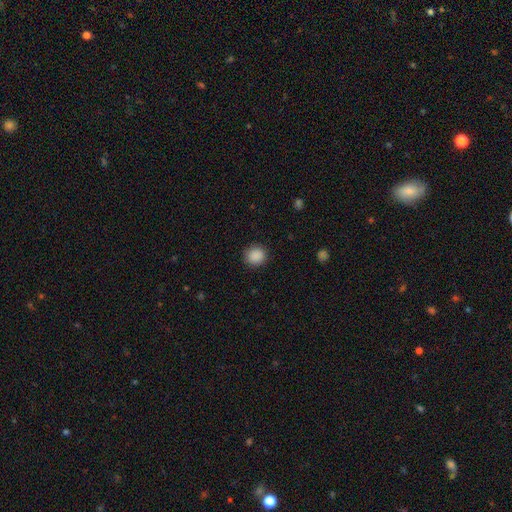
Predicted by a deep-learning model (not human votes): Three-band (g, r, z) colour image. It shows a smooth galaxy with no disk features (89%) that is round (87%). Merging: none (90%).